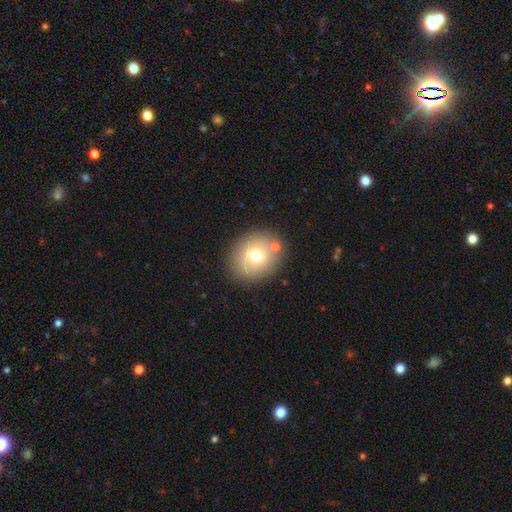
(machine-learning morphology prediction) This appears to be a smooth galaxy with no disk features (69%) that is round (64%). Merging: none (80%).